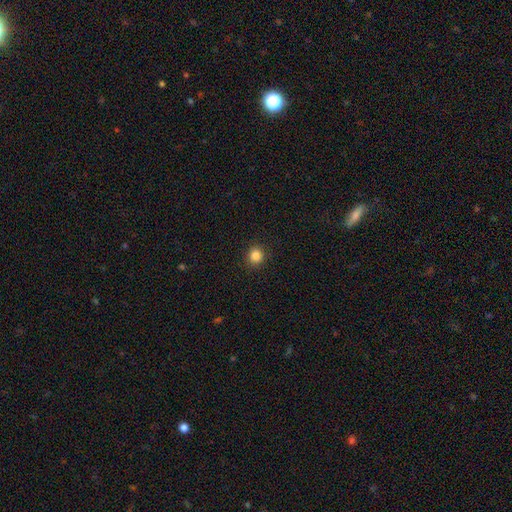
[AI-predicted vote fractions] This is clearly a smooth galaxy (85%). How rounded: clearly round (88%). Merging: clearly none (92%).